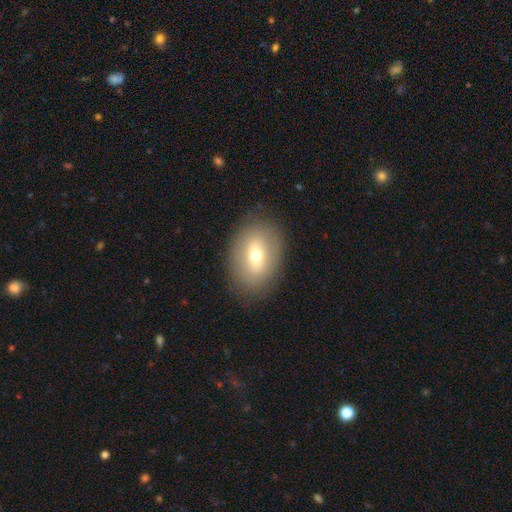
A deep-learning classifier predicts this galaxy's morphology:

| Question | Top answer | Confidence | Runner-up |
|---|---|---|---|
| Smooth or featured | smooth | 60% | featured or disk (31%) |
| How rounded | in between | 79% | round (19%) |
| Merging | none | 84% | minor disturbance (10%) |